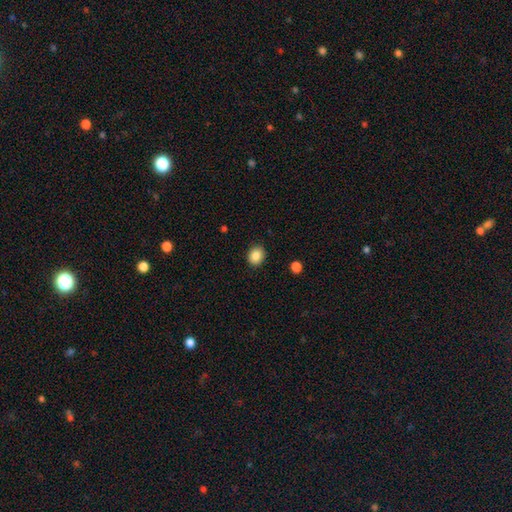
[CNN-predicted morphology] A smooth galaxy with no disk features (87%) that is round (61%).

Vote fractions:
- Smooth or featured? smooth: 87% / star or artifact: 9% / featured or disk: 4%
- How rounded? round: 61% / in between: 38% / cigar-shaped: 1%
- Merging? none: 89% / minor disturbance: 7% / major disturbance: 2% / merger: 1%